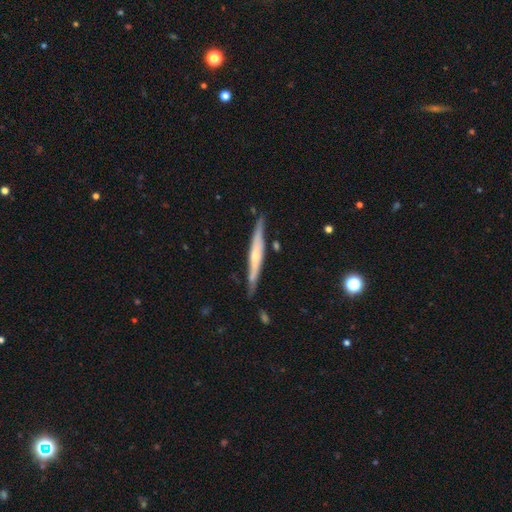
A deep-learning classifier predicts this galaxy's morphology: A featured or disk galaxy (62%) viewed edge-on (93%) with a rounded central bulge (55%).

Vote fractions:
- Smooth or featured? featured or disk: 62% / smooth: 33% / star or artifact: 5%
- Edge-on disk? yes: 93% / no: 7%
- Edge-on bulge? rounded: 55% / none: 37% / boxy: 8%
- Merging? none: 80% / minor disturbance: 15% / merger: 3% / major disturbance: 2%